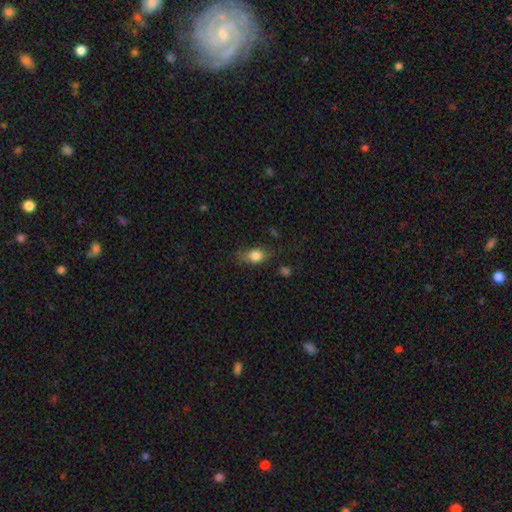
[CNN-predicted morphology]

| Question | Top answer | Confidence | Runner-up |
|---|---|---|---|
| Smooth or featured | smooth | 81% | featured or disk (10%) |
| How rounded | in between | 75% | round (20%) |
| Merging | none | 66% | minor disturbance (24%) |